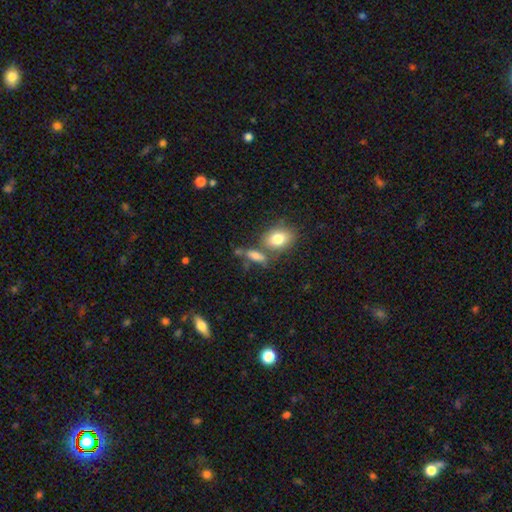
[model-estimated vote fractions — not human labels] smooth-or-featured: smooth: 73% | featured or disk: 16% | star or artifact: 11%
  how-rounded: in between: 67% | cigar-shaped: 21% | round: 11%
  merging: none: 52% | merger: 25% | minor disturbance: 16% | major disturbance: 7%